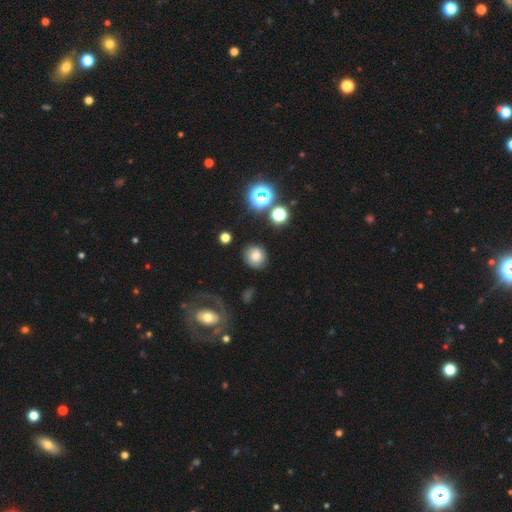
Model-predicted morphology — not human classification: A smooth galaxy with no disk features (76%) that is round (79%). Merging: none (82%).